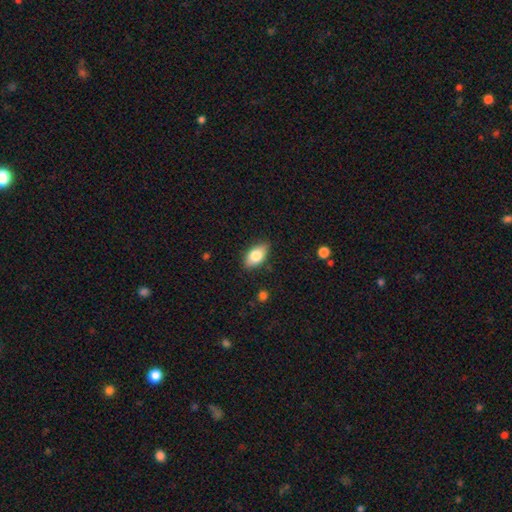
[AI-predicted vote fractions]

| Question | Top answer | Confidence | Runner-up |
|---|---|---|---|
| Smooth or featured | smooth | 79% | featured or disk (14%) |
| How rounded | in between | 91% | round (5%) |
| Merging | none | 84% | minor disturbance (12%) |